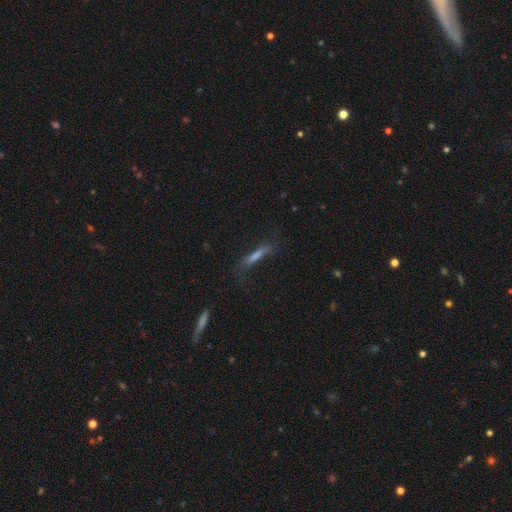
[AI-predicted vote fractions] smooth 58%, featured or disk 30%, star or artifact 12%. Down the decision tree: how rounded — cigar-shaped (89%); merging — none (57%).